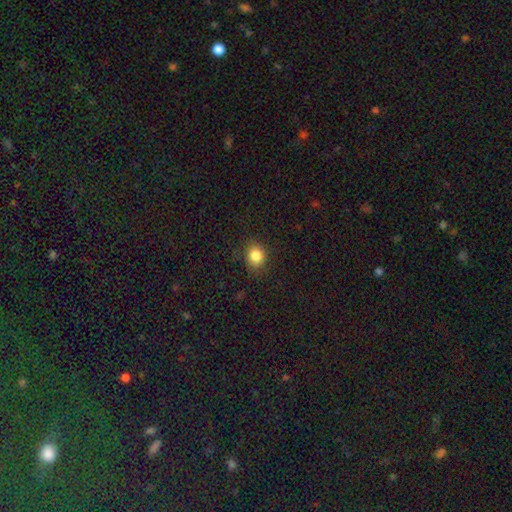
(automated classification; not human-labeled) Smooth or featured? Predicted: smooth (p=0.84). How rounded? Predicted: round (p=0.70). Merging? Predicted: none (p=0.84).